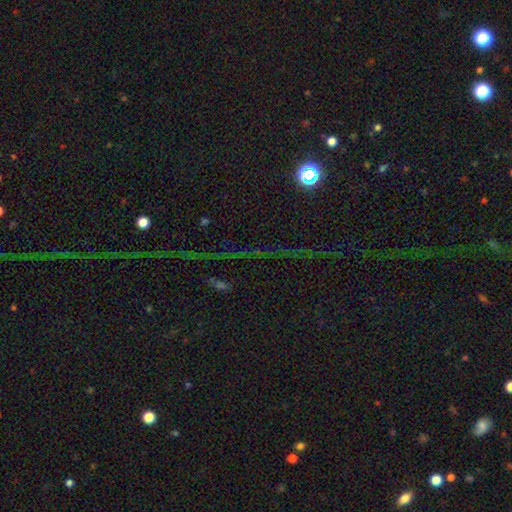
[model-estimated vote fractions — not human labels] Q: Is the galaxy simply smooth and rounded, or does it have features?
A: star or artifact — 78%.